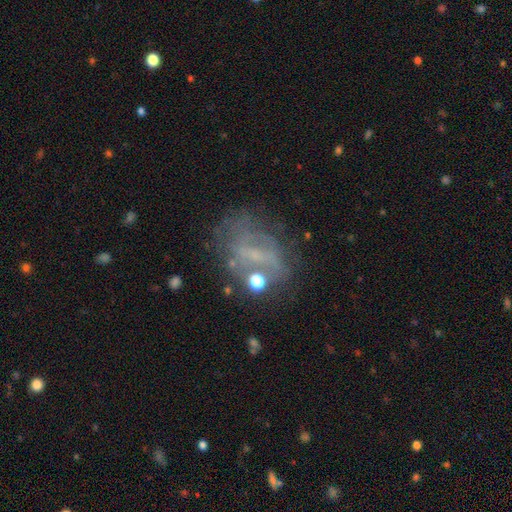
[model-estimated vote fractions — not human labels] featured or disk 54%, smooth 25%, star or artifact 21%. Down the decision tree: edge-on disk — no (94%); bar — no (46%); spiral arms — no (64%); bulge size — none (46%); merging — none (49%).